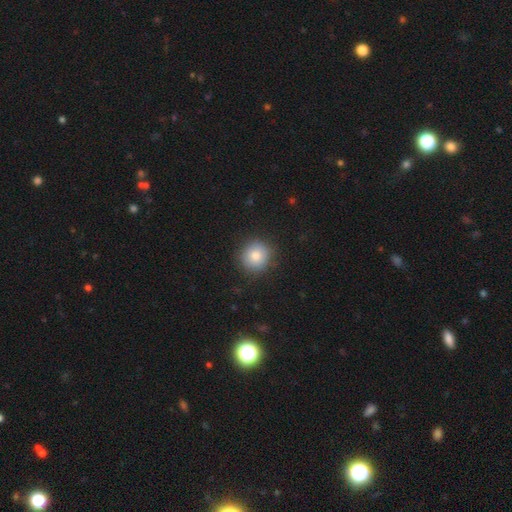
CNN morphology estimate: This appears to be a smooth galaxy with no disk features (81%) that is round (93%). Merging: none (87%).